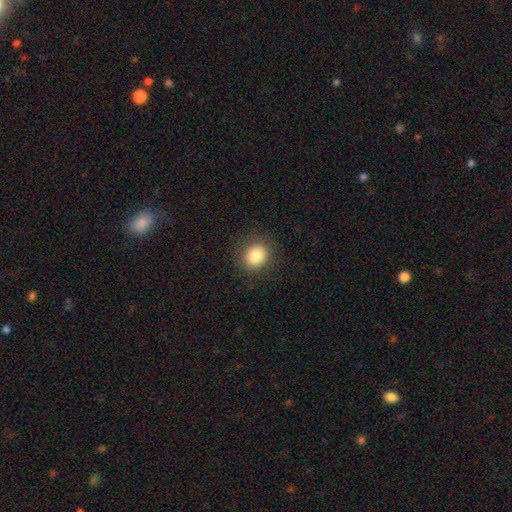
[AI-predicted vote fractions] A smooth galaxy with no disk features (83%) that is round (70%). Merging: none (88%).